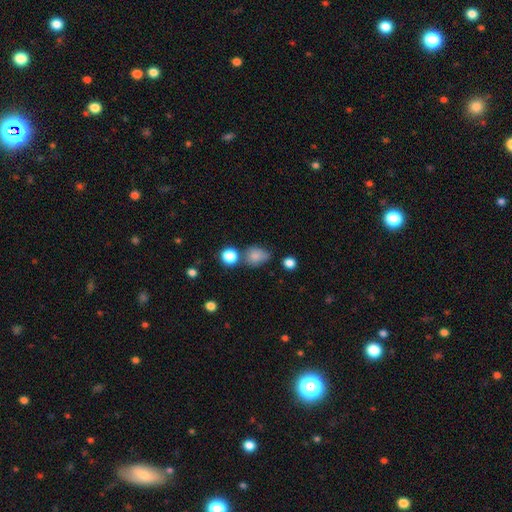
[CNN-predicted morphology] Smooth or featured: smooth — 78% (star or artifact — 13%)
How rounded: round — 51% (in between — 48%)
Merging: none — 51% (minor disturbance — 26%)